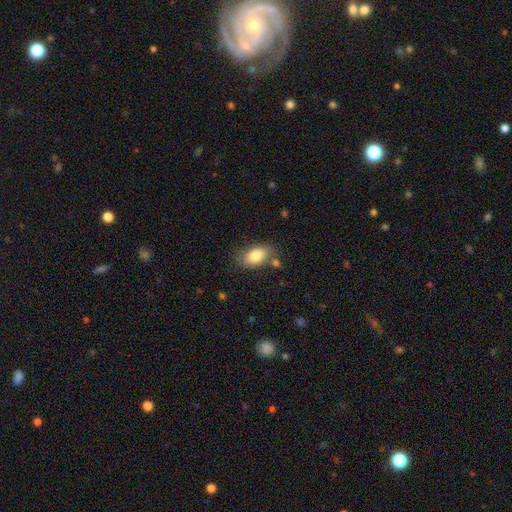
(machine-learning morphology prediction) The model was most divided on "merging": none: 71%, minor disturbance: 17%, merger: 7%, major disturbance: 5%. More confident: how rounded — in between (92%); smooth or featured — smooth (83%).